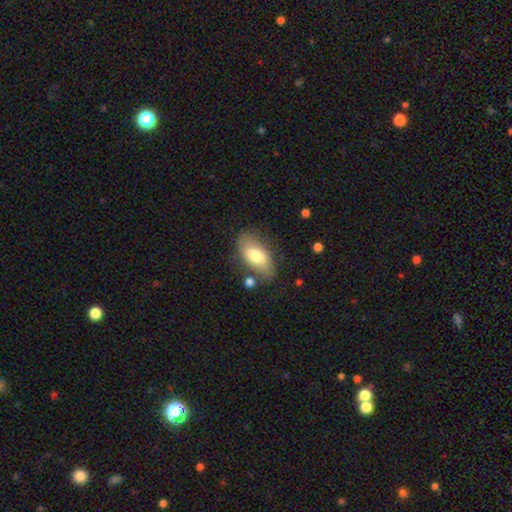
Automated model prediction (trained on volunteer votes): smooth-or-featured: smooth: 69% | featured or disk: 25% | star or artifact: 6%
  how-rounded: in between: 93% | round: 4% | cigar-shaped: 3%
  merging: none: 70% | minor disturbance: 18% | major disturbance: 6% | merger: 5%